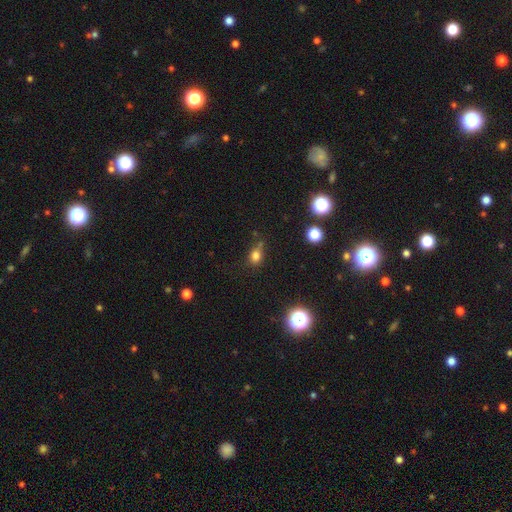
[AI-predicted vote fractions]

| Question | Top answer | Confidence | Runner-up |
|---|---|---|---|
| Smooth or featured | smooth | 77% | star or artifact (16%) |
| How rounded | round | 52% | in between (46%) |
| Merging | none | 60% | minor disturbance (24%) |